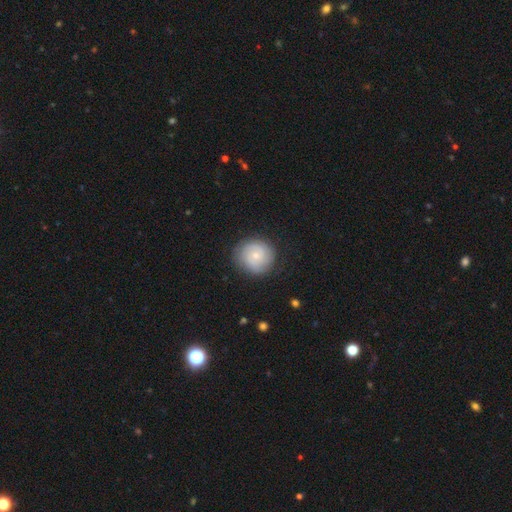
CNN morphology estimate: Overall: featured or disk (48%; smooth 44%). Merging: none (84%).